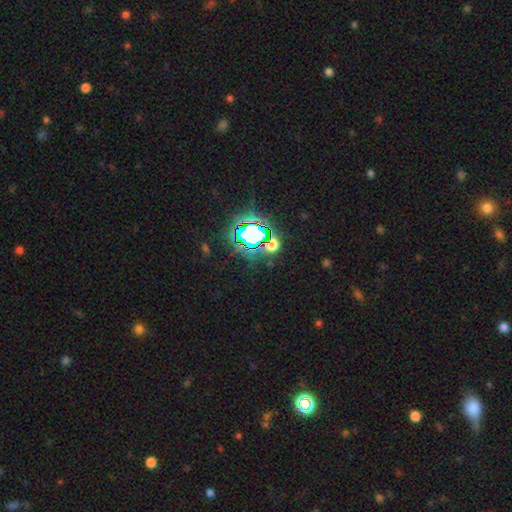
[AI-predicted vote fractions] smooth-or-featured: star or artifact: 80% | smooth: 12% | featured or disk: 7%